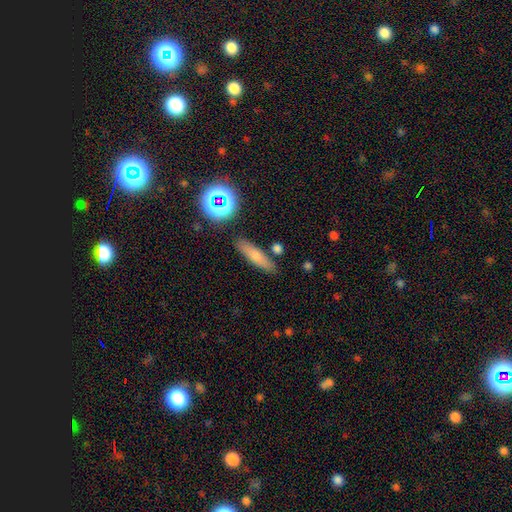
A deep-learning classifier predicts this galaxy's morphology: Smooth or featured? smooth (65%)
How rounded? cigar-shaped (67%)
Merging? none (83%)